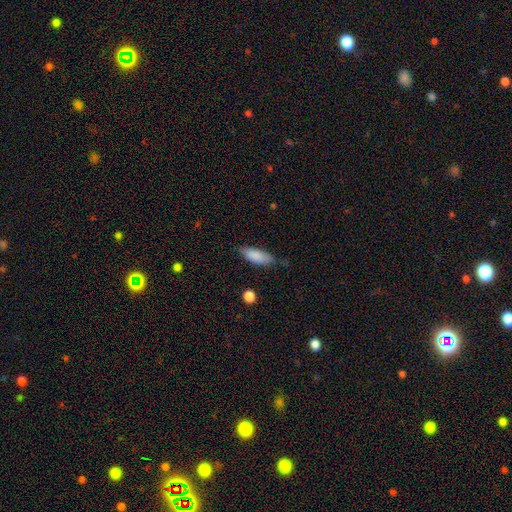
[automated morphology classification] A smooth galaxy with no disk features (85%) that is in between round and cigar-shaped (73%). Merging: none (65%).